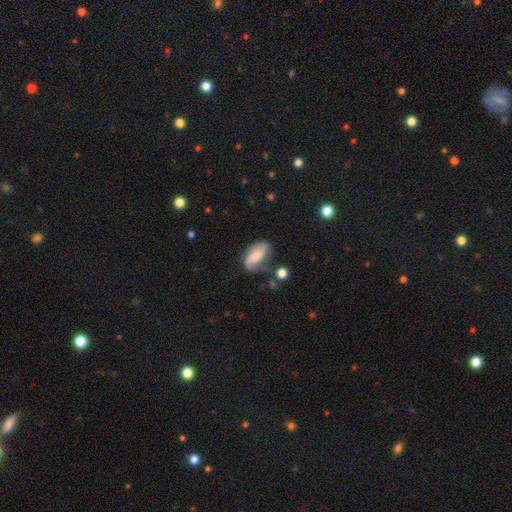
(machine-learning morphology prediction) This is possibly a smooth galaxy (53%). How rounded: clearly in between (90%). Merging: possibly none (47%).